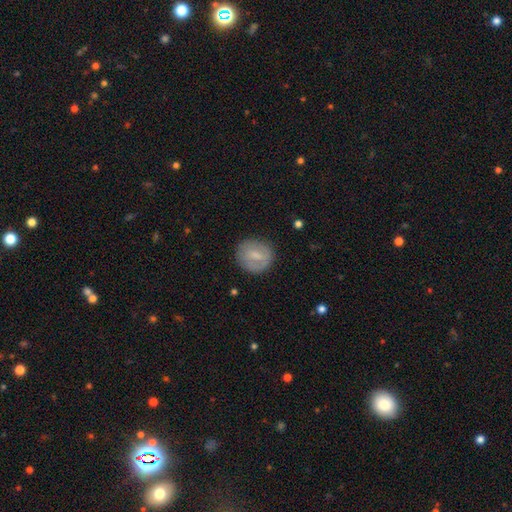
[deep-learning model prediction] This appears to be a smooth galaxy with no disk features (64%) that is round (81%). Merging: none (81%).